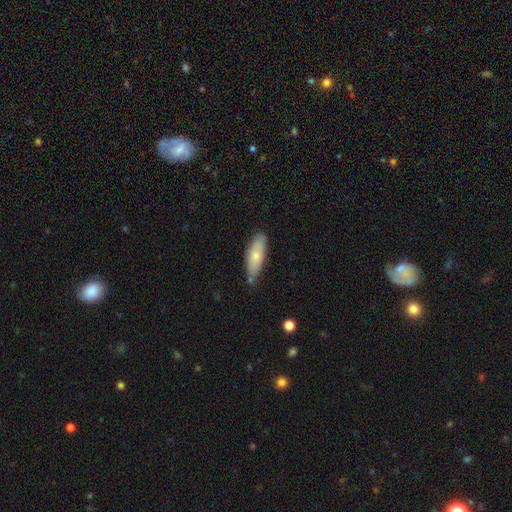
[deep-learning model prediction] Q: Smooth or featured?
A: smooth (71%); runner-up: featured or disk (23%)
Q: How rounded?
A: in between (56%); runner-up: cigar-shaped (42%)
Q: Merging?
A: none (74%); runner-up: minor disturbance (19%)